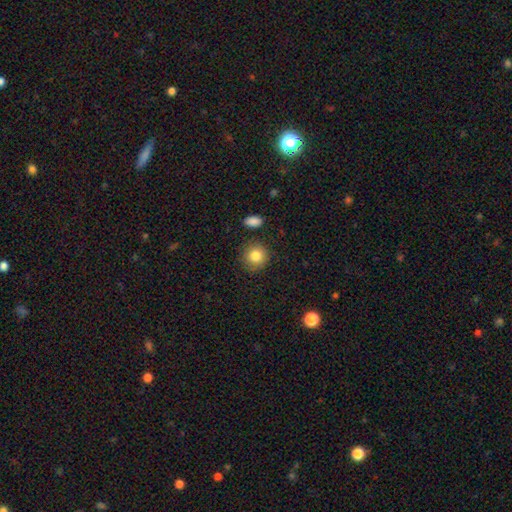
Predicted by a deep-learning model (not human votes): Smooth or featured? Predicted: smooth (p=0.84). How rounded? Predicted: round (p=0.89). Merging? Predicted: none (p=0.85).